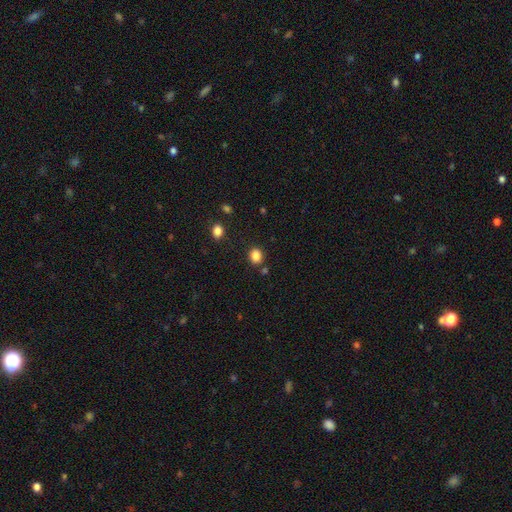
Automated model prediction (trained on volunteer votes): A smooth galaxy with no disk features (85%) that is round (64%). Merging: none (82%).